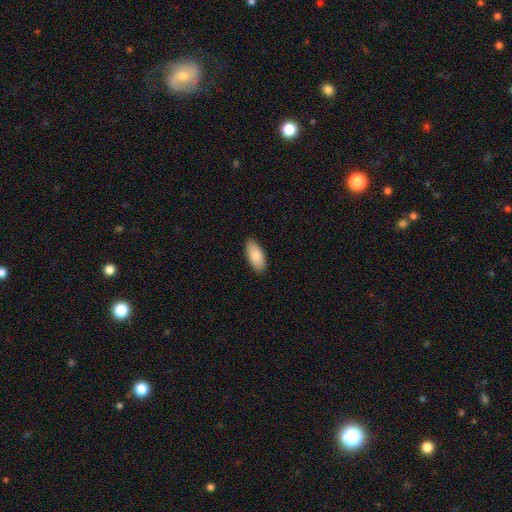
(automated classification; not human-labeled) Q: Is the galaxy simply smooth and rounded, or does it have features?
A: smooth — 87%.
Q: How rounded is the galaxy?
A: in between — 91%.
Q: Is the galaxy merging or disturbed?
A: none — 88%.